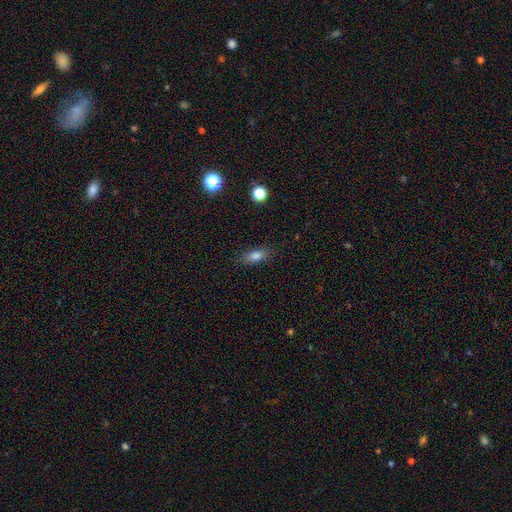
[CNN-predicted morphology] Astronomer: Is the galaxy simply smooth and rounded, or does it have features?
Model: smooth — 79%.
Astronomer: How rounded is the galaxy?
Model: in between — 73%.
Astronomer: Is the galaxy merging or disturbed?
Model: none — 82%.